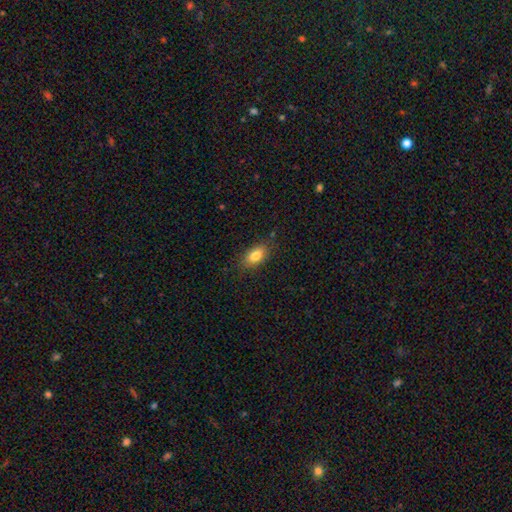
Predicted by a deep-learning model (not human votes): This is clearly a smooth galaxy (80%). How rounded: clearly in between (86%). Merging: clearly none (83%).